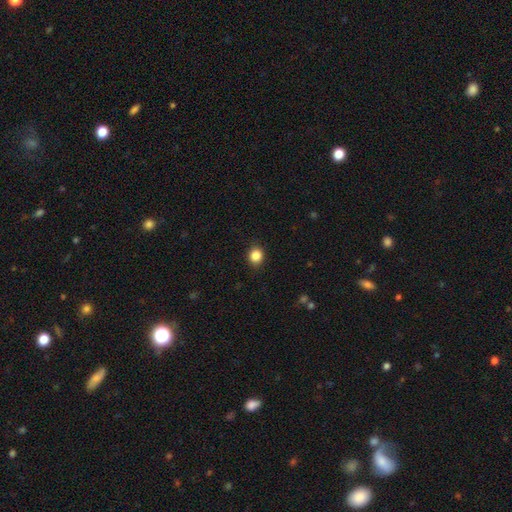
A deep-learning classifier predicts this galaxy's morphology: smooth_or_featured: smooth (p=0.86) [alt: star or artifact p=0.10]
how_rounded: round (p=0.78) [alt: in between p=0.21]
merging: none (p=0.90) [alt: minor disturbance p=0.07]